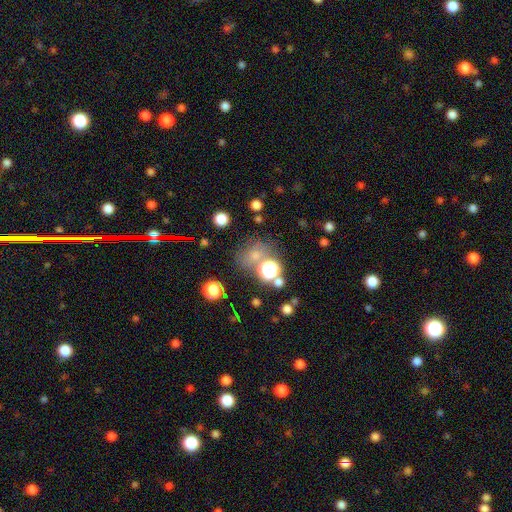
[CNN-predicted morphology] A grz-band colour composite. It shows a smooth galaxy with no disk features (59%) that is round (65%). Merging: none (59%).